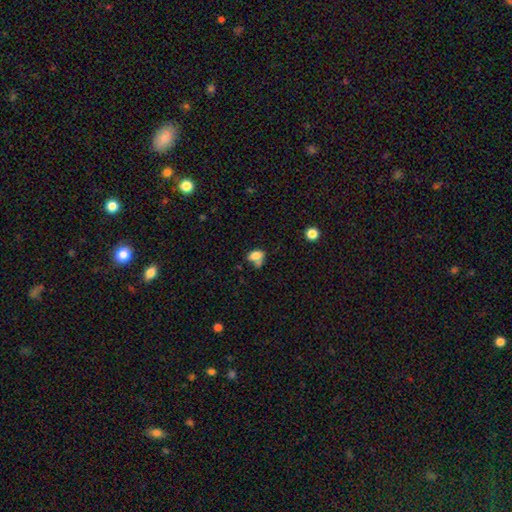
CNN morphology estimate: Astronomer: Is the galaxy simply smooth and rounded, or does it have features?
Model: smooth — 77%.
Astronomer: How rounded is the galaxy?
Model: in between — 79%.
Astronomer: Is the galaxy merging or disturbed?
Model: none — 36% (runner-up: merger, 28%).